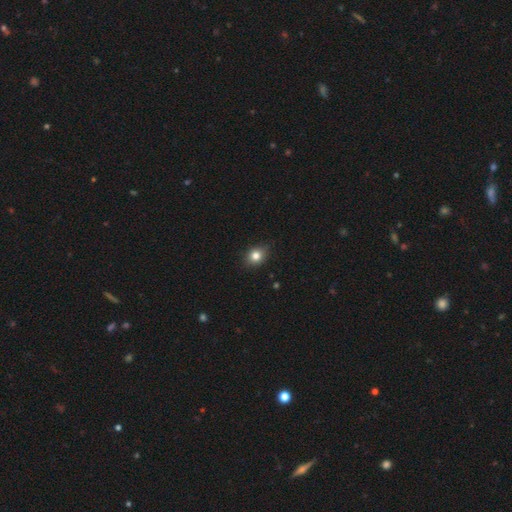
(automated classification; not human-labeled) Overall: smooth (81%). How rounded: round (61%; in between 38%). Merging: none (83%).